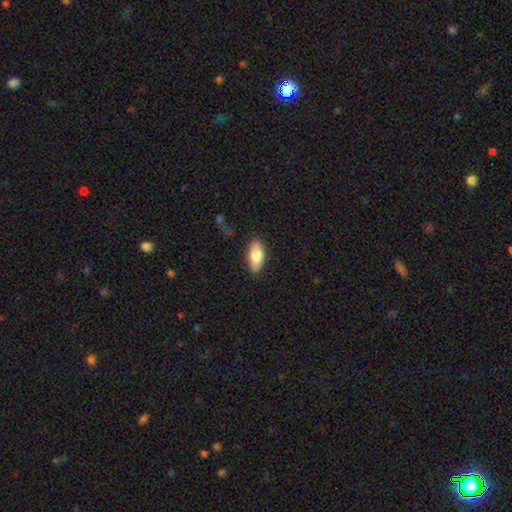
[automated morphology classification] Q: Smooth or featured?
A: smooth (77%); runner-up: featured or disk (16%)
Q: How rounded?
A: in between (85%); runner-up: cigar-shaped (12%)
Q: Merging?
A: none (86%); runner-up: minor disturbance (10%)